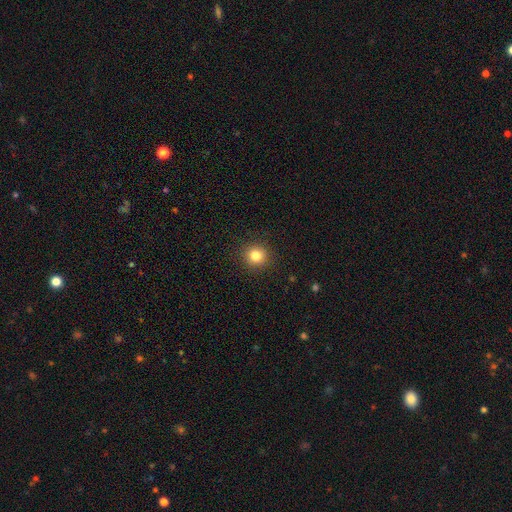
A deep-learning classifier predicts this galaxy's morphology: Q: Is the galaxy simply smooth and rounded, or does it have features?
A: smooth — 82%.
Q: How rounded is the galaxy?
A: round — 91%.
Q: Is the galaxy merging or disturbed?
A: none — 91%.